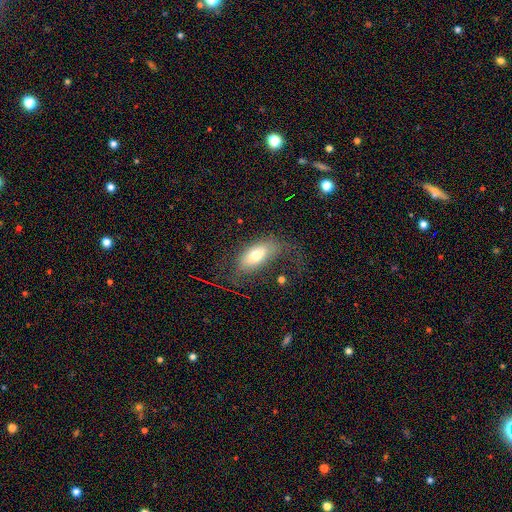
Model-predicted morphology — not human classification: smooth 61%, featured or disk 30%, star or artifact 9%. Down the decision tree: how rounded — in between (87%); merging — none (47%).